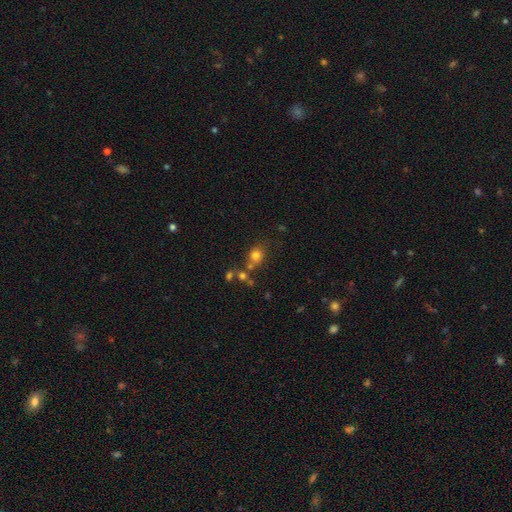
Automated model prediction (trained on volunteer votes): Smooth or featured?
  - smooth: 75% *
  - star or artifact: 15%
  - featured or disk: 10%
How rounded?
  - round: 75% *
  - in between: 24%
  - cigar-shaped: 1%
Merging?
  - none: 60% *
  - merger: 20%
  - minor disturbance: 13%
  - major disturbance: 7%